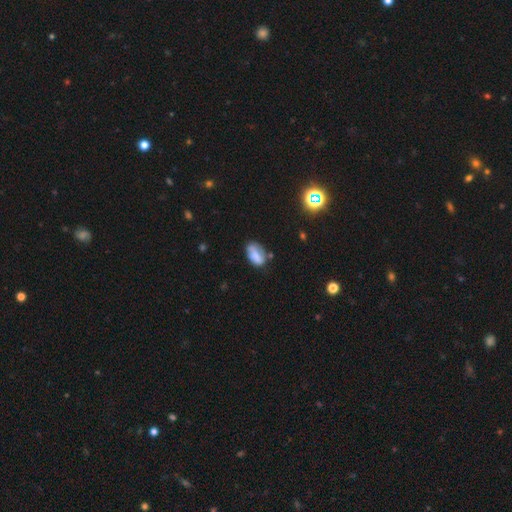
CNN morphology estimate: Smooth or featured? smooth (69%)
How rounded? in between (90%)
Merging? none (54%)